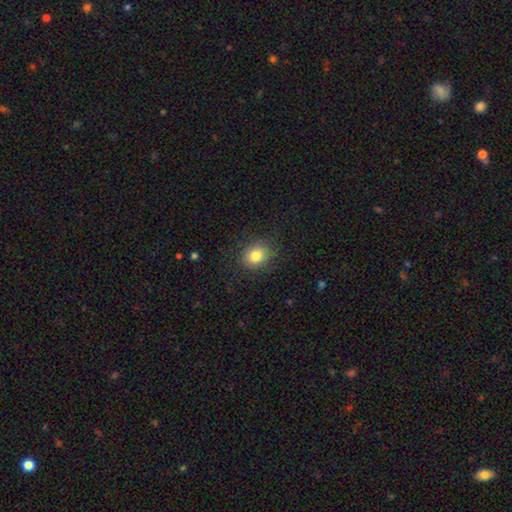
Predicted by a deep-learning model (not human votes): Q: Smooth or featured?
A: smooth (82%); runner-up: star or artifact (10%)
Q: How rounded?
A: round (62%); runner-up: in between (37%)
Q: Merging?
A: none (83%); runner-up: minor disturbance (11%)